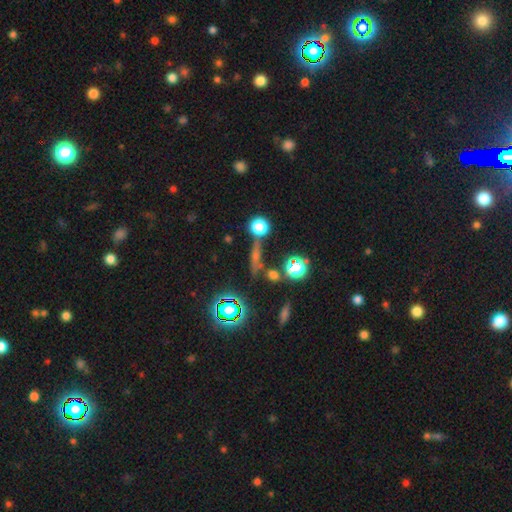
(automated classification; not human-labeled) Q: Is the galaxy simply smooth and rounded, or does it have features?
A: smooth — 38%.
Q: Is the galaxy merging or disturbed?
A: none — 68%.